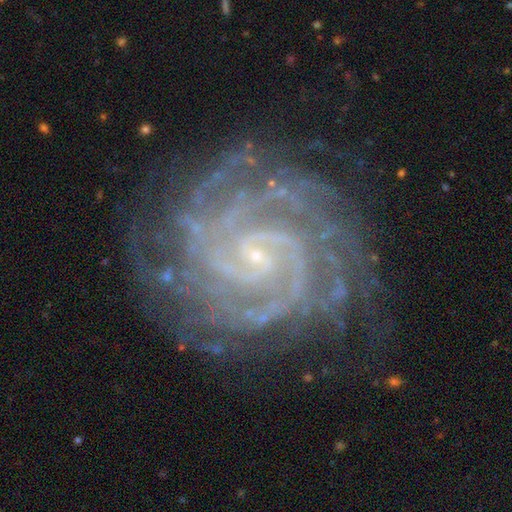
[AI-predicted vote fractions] Smooth or featured?
  - featured or disk: 92% *
  - star or artifact: 5%
  - smooth: 2%
Edge-on disk?
  - no: 98% *
  - yes: 2%
Bar?
  - no: 53% *
  - weak: 32%
  - strong: 15%
Spiral arms?
  - yes: 99% *
  - no: 1%
Spiral winding?
  - tight: 82% *
  - medium: 16%
  - loose: 2%
Spiral arm count?
  - 2: 28% *
  - 4: 17%
  - 3: 17%
  - can't tell: 15%
  - more than 4: 14%
  - 1: 9%
Bulge size?
  - small: 85% *
  - moderate: 8%
  - none: 5%
  - large: 1%
  - dominant: 1%
Merging?
  - none: 79% *
  - minor disturbance: 15%
  - major disturbance: 5%
  - merger: 1%